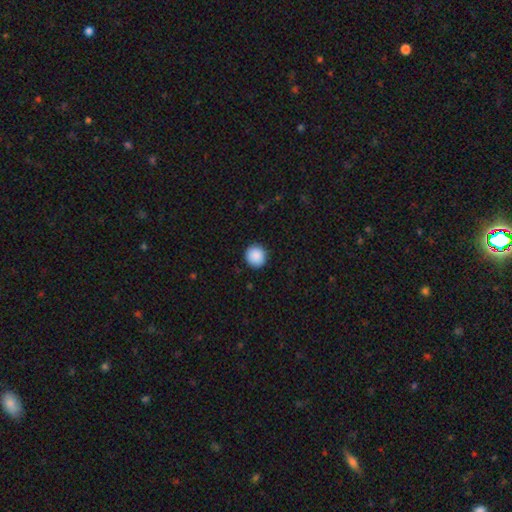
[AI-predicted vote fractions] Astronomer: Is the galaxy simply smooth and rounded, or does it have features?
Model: smooth — 90%.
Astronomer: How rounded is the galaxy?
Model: round — 91%.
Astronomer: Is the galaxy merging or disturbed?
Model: none — 91%.